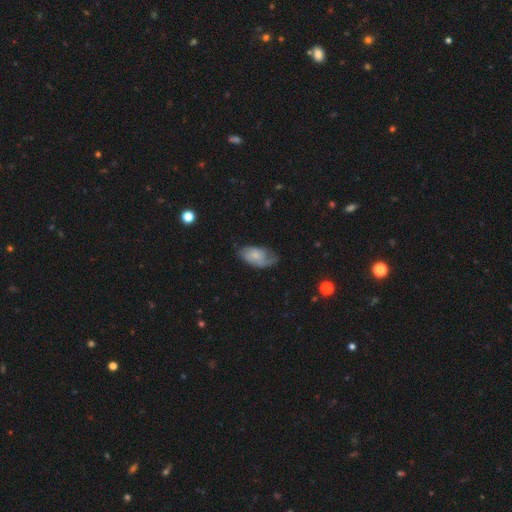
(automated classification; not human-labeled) Smooth or featured: smooth — 49% (featured or disk — 43%)
Merging: none — 50% (minor disturbance — 31%)